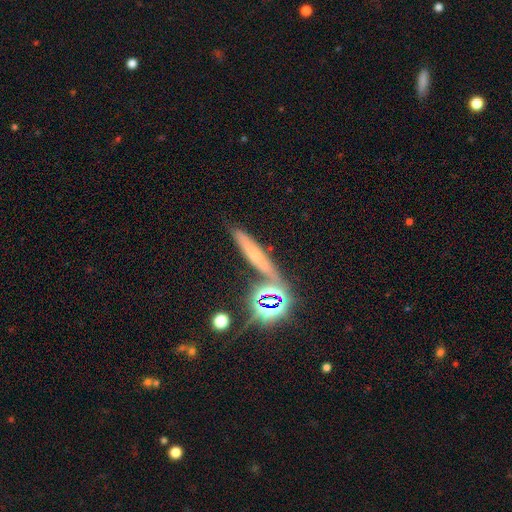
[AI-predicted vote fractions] This is marginally a smooth galaxy (40%). Merging: likely none (75%).